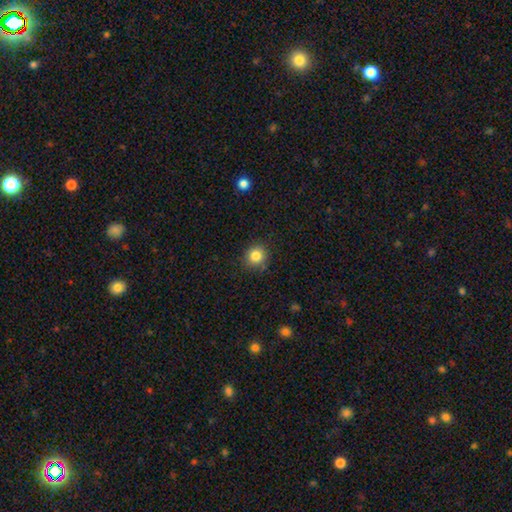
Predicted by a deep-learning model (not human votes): A smooth galaxy with no disk features (84%) that is round (89%). Merging: none (87%).